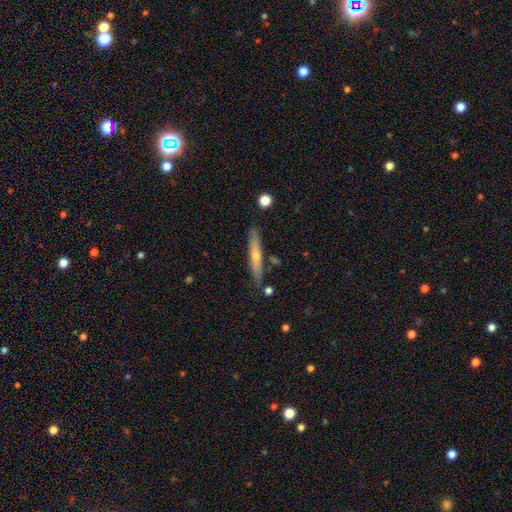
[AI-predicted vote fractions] Smooth or featured? smooth (51%)
How rounded? cigar-shaped (91%)
Merging? none (82%)